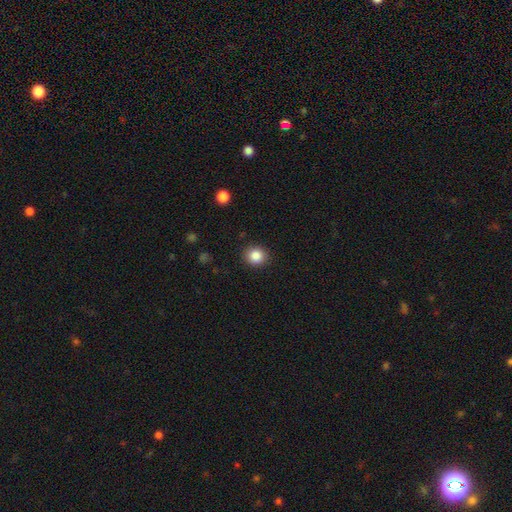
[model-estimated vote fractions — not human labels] Smooth or featured? smooth (86%)
How rounded? round (84%)
Merging? none (90%)